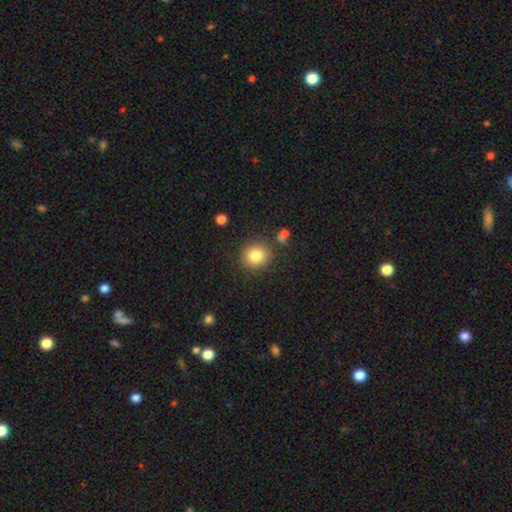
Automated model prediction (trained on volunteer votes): smooth 83%, star or artifact 11%, featured or disk 7%. Down the decision tree: how rounded — round (87%); merging — none (85%).